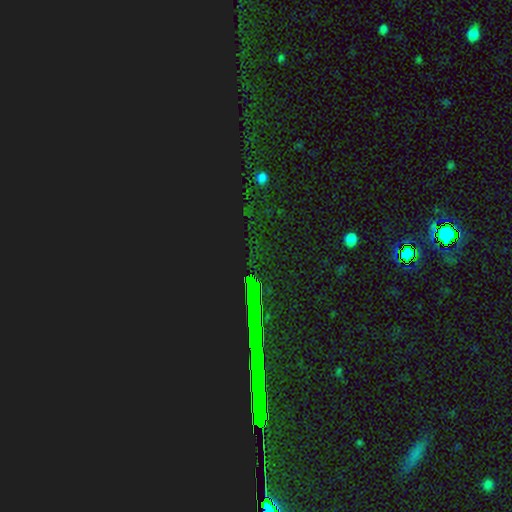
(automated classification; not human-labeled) Smooth or featured?
  - star or artifact: 74% *
  - featured or disk: 14%
  - smooth: 12%